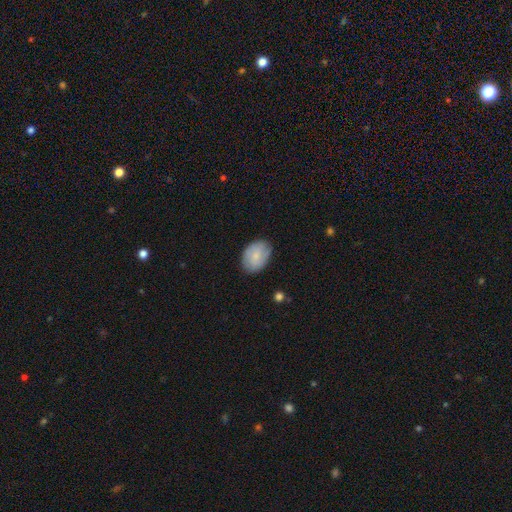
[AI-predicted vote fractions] Morphology: type=smooth (67%); roundness=in between (80%); merging=none (79%).